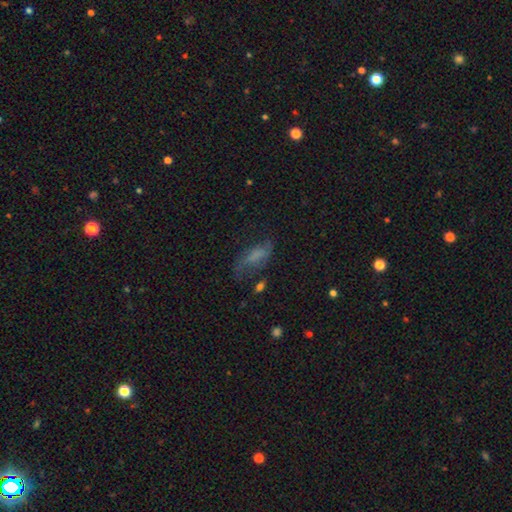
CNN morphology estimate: Smooth or featured? smooth (46%)
Merging? none (43%)